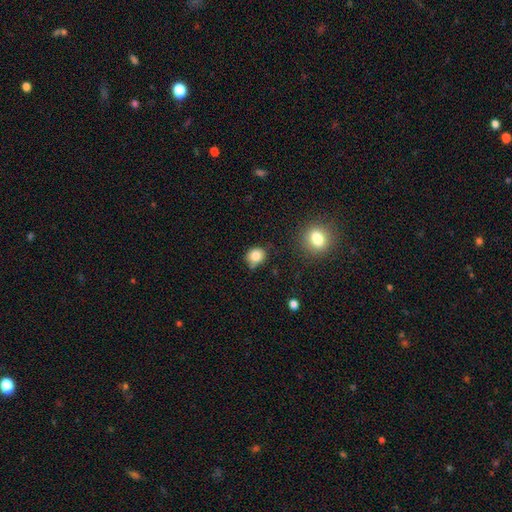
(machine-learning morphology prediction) smooth 83%, star or artifact 11%, featured or disk 6%. Down the decision tree: how rounded — round (72%); merging — none (68%).